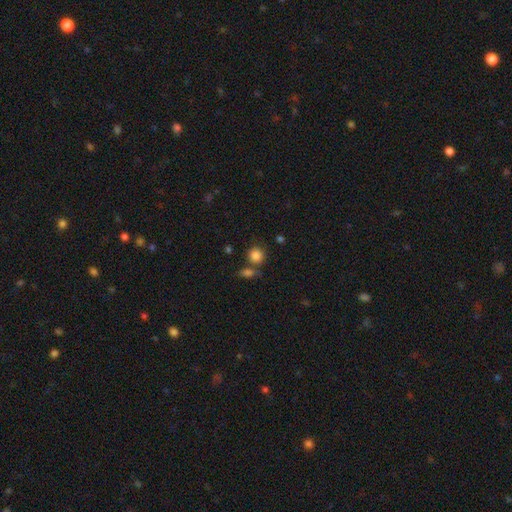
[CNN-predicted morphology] Smooth or featured?
  - smooth: 85% *
  - star or artifact: 10%
  - featured or disk: 5%
How rounded?
  - round: 86% *
  - in between: 13%
  - cigar-shaped: 1%
Merging?
  - none: 67% *
  - merger: 19%
  - minor disturbance: 11%
  - major disturbance: 4%